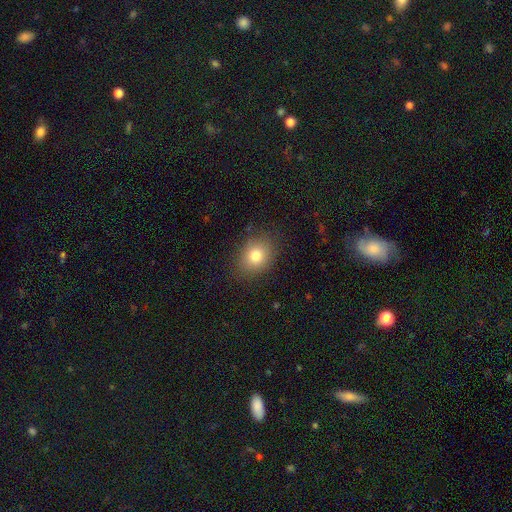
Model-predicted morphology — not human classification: A smooth galaxy with no disk features (79%) that is round (51%). Merging: none (84%).